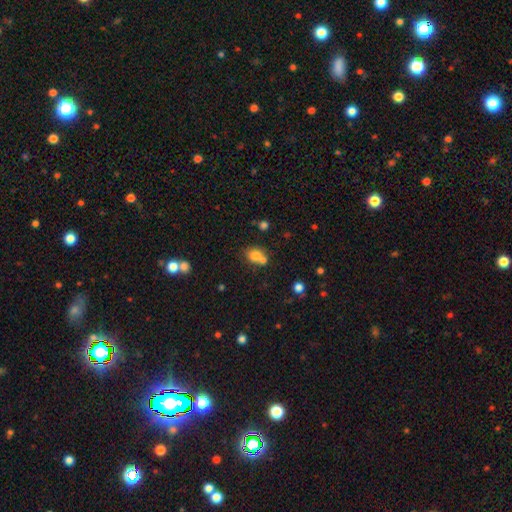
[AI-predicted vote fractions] smooth_or_featured: smooth (p=0.77) [alt: star or artifact p=0.12]
how_rounded: round (p=0.60) [alt: in between p=0.39]
merging: none (p=0.46) [alt: merger p=0.40]